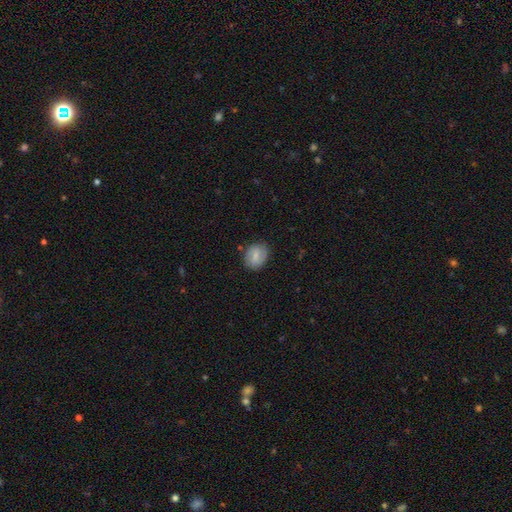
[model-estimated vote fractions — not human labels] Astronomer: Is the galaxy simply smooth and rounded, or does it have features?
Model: smooth — 65%.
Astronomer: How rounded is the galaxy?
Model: round — 50% (runner-up: in between, 49%).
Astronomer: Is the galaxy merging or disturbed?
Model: none — 80%.